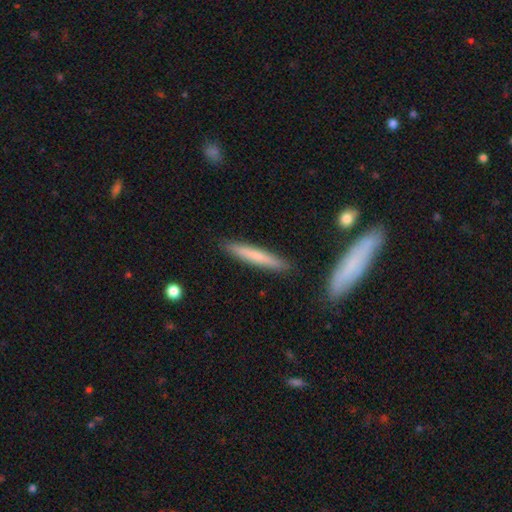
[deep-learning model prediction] Overall: smooth (67%). How rounded: cigar-shaped (95%). Merging: none (89%).